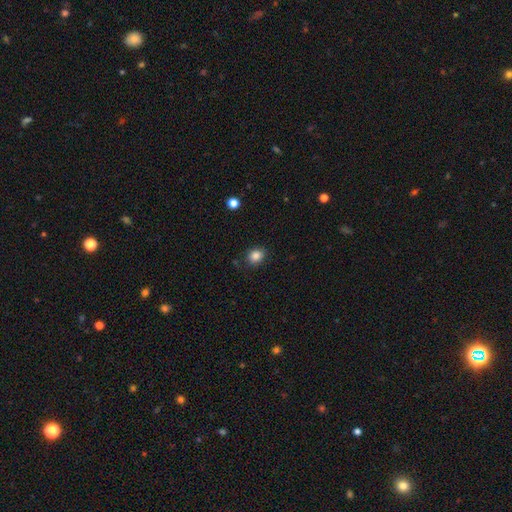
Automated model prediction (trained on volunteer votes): Smooth or featured?
  - smooth: 85% *
  - star or artifact: 11%
  - featured or disk: 4%
How rounded?
  - round: 62% *
  - in between: 38%
  - cigar-shaped: 1%
Merging?
  - none: 85% *
  - minor disturbance: 11%
  - major disturbance: 3%
  - merger: 2%